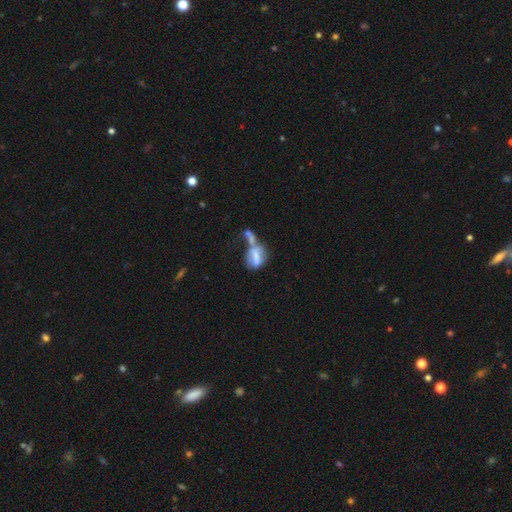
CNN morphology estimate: Smooth or featured?
  - smooth: 50% *
  - featured or disk: 39%
  - star or artifact: 11%
Merging?
  - merger: 49% *
  - major disturbance: 23%
  - none: 15%
  - minor disturbance: 13%